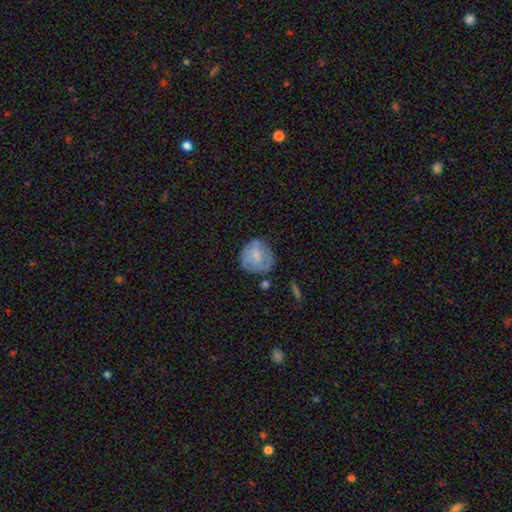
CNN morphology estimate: smooth 61%, featured or disk 31%, star or artifact 8%. Down the decision tree: how rounded — round (84%); merging — none (60%).